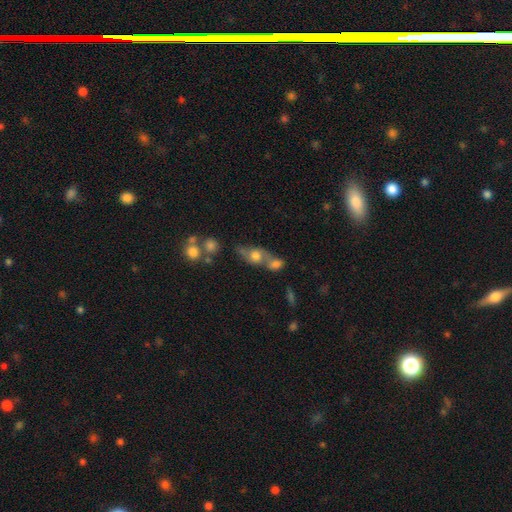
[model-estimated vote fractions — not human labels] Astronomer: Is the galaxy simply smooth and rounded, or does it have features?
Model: smooth — 58%.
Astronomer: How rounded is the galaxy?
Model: in between — 57% (runner-up: round, 36%).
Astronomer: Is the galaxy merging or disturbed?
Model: merger — 49% (runner-up: none, 33%).